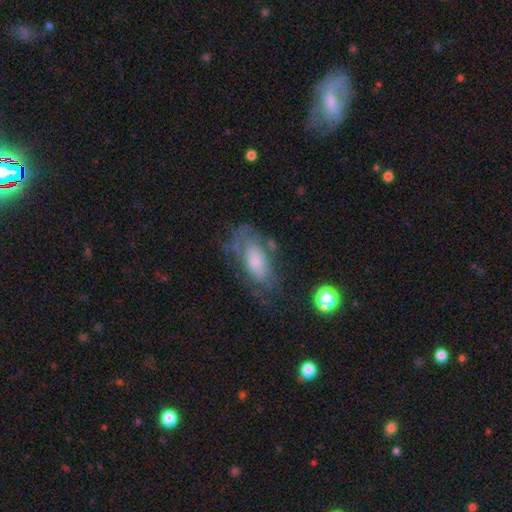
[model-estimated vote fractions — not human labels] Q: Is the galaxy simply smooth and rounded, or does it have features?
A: featured or disk — 53%.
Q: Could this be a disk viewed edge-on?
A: no — 88%.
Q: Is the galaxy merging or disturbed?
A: none — 56%.